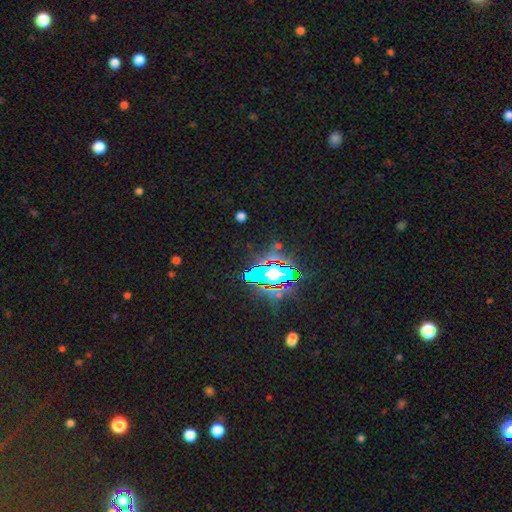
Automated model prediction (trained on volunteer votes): Smooth or featured?
  - star or artifact: 78% *
  - smooth: 11%
  - featured or disk: 11%